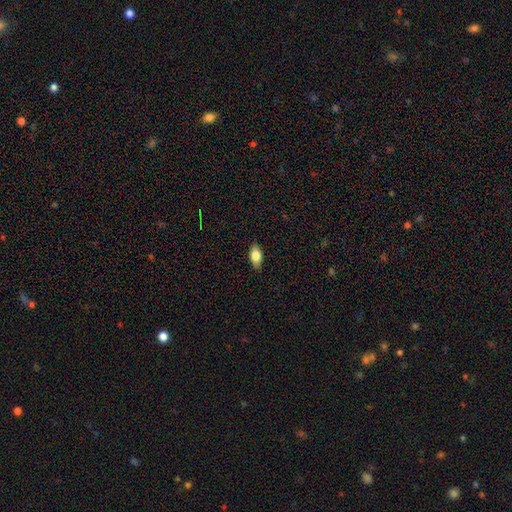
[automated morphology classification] Smooth or featured? smooth (79%)
How rounded? in between (88%)
Merging? none (87%)